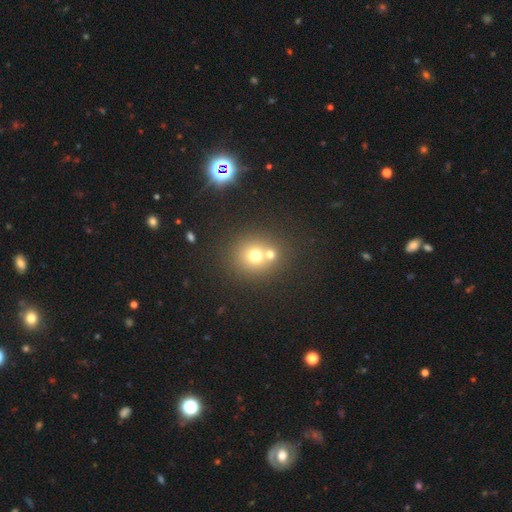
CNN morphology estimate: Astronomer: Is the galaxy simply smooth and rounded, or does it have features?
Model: smooth — 69%.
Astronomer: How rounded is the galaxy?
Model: round — 85%.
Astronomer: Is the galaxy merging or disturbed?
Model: none — 49% (runner-up: merger, 42%).